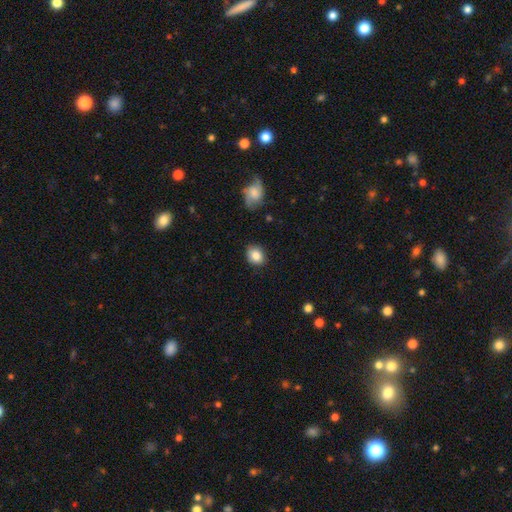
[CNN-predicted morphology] A smooth galaxy with no disk features (84%) that is round (53%). Merging: none (82%).